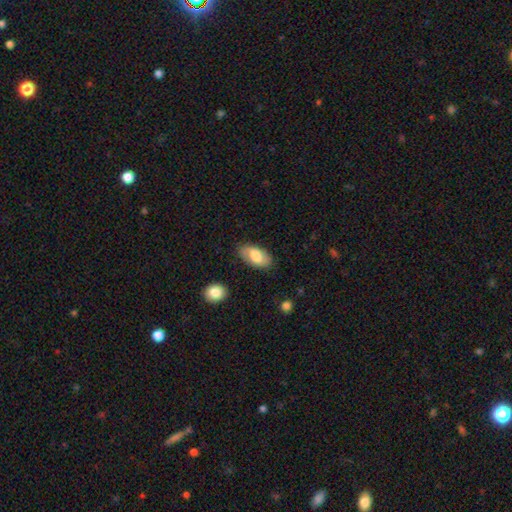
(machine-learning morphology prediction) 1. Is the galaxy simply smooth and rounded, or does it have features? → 71% smooth, 23% featured or disk, 6% star or artifact.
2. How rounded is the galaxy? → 94% in between, 3% round, 3% cigar-shaped.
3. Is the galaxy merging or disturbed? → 82% none, 13% minor disturbance, 3% major disturbance, 2% merger.